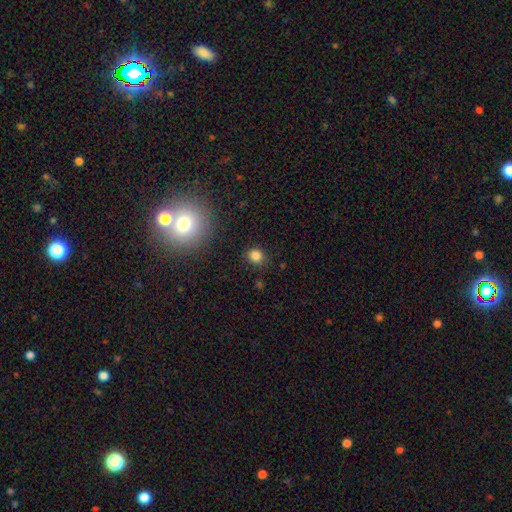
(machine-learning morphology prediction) Q: Smooth or featured?
A: smooth (82%); runner-up: star or artifact (13%)
Q: How rounded?
A: round (81%); runner-up: in between (18%)
Q: Merging?
A: none (85%); runner-up: minor disturbance (10%)